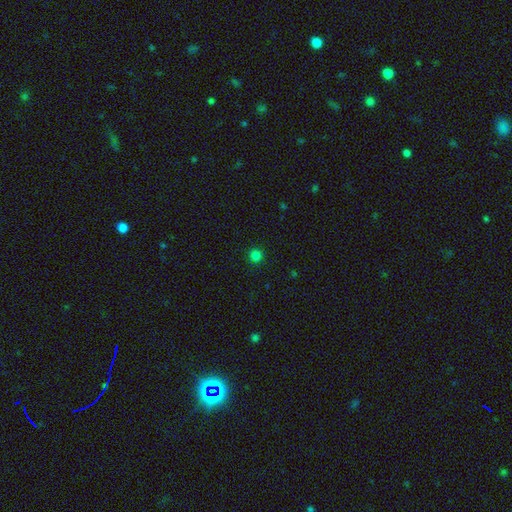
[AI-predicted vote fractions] Morphology: type=smooth (80%); roundness=round (95%); merging=none (92%).